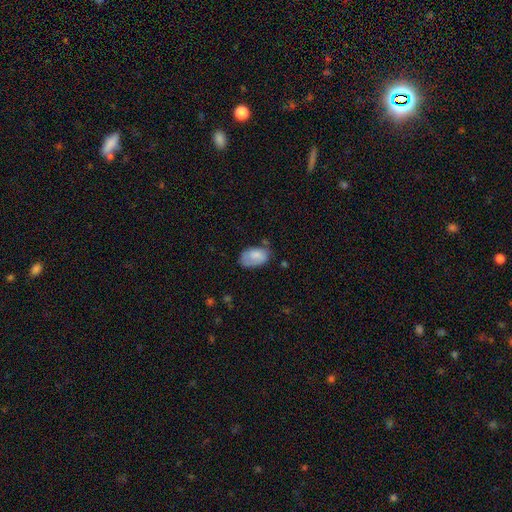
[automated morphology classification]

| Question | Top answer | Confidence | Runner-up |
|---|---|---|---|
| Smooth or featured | smooth | 76% | featured or disk (17%) |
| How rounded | in between | 92% | round (6%) |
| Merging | none | 55% | minor disturbance (31%) |